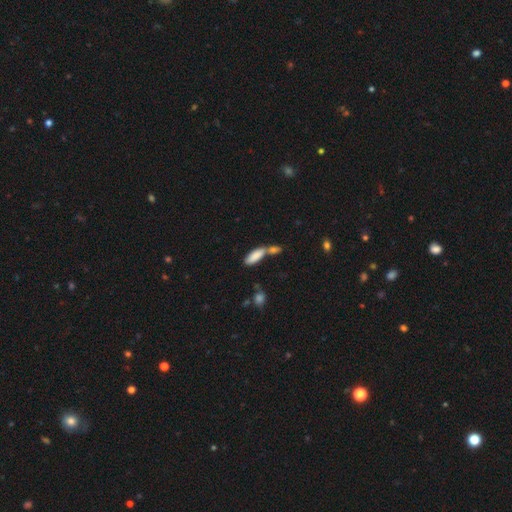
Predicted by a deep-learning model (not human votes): Overall: smooth (83%). How rounded: in between (63%; cigar-shaped 35%). Merging: merger (49%; none 34%).